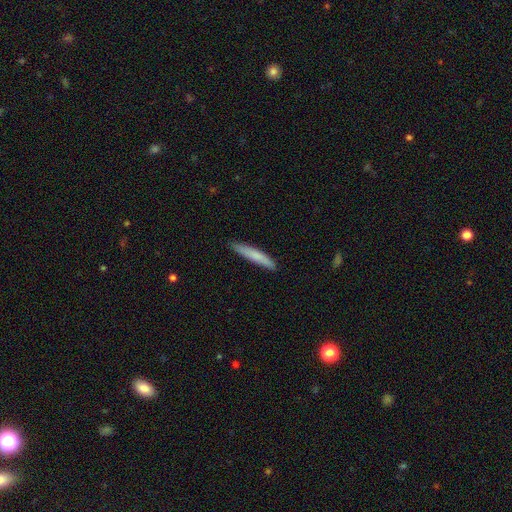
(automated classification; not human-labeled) This is likely a smooth galaxy (74%). How rounded: clearly cigar-shaped (93%). Merging: clearly none (87%).